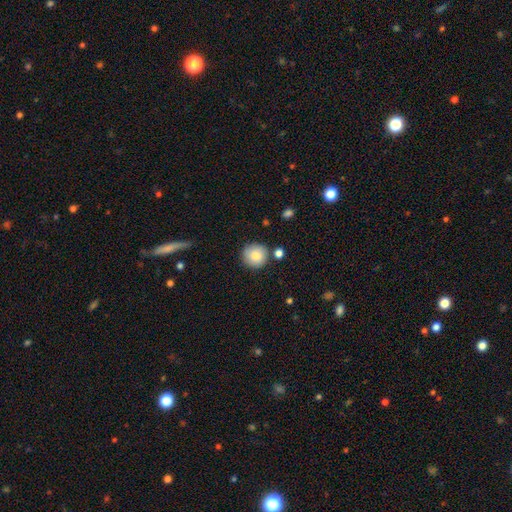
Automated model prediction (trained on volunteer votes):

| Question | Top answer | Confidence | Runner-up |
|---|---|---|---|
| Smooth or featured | smooth | 84% | star or artifact (9%) |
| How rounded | round | 93% | in between (6%) |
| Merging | none | 82% | minor disturbance (10%) |